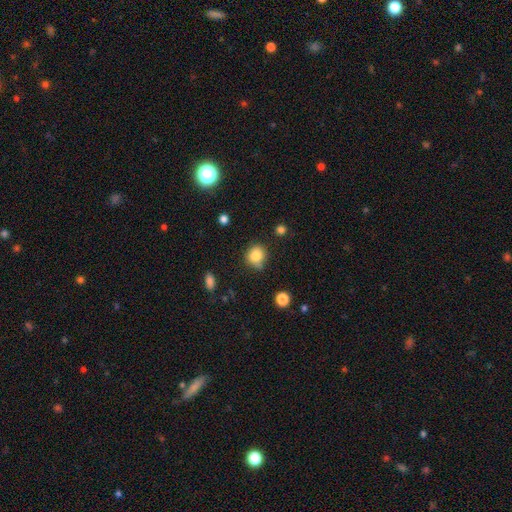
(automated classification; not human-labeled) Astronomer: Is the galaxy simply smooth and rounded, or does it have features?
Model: smooth — 82%.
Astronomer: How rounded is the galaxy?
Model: round — 83%.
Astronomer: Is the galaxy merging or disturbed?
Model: none — 68%.